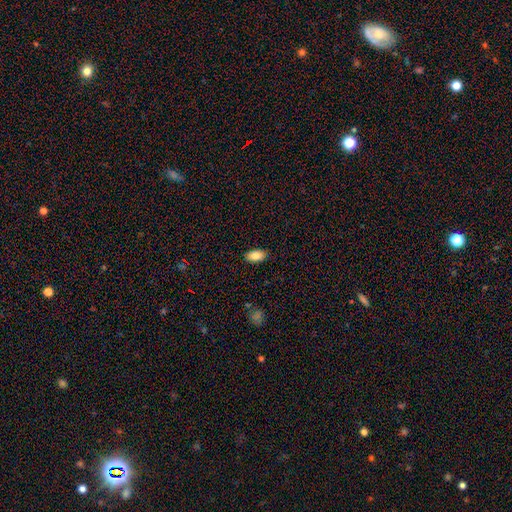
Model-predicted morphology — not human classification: Overall: smooth (85%). How rounded: in between (94%). Merging: none (88%).